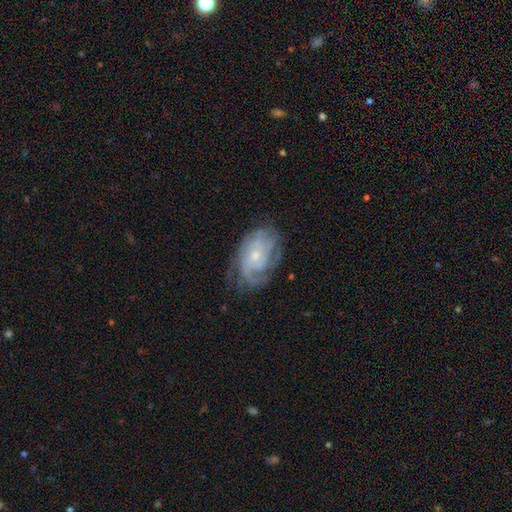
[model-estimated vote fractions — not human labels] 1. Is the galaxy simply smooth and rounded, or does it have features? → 80% featured or disk, 13% smooth, 7% star or artifact.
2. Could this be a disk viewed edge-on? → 96% no, 4% yes.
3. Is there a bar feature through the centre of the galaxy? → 76% no, 21% weak, 3% strong.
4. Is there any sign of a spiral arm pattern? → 93% yes, 7% no.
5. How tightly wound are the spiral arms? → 61% tight, 30% medium, 9% loose.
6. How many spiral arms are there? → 41% can't tell, 17% 3, 15% 2, 14% 4, 7% more than 4, 6% 1.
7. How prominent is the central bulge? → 67% small, 28% moderate, 2% none, 2% large, 1% dominant.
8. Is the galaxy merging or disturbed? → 65% none, 22% minor disturbance, 11% major disturbance, 1% merger.